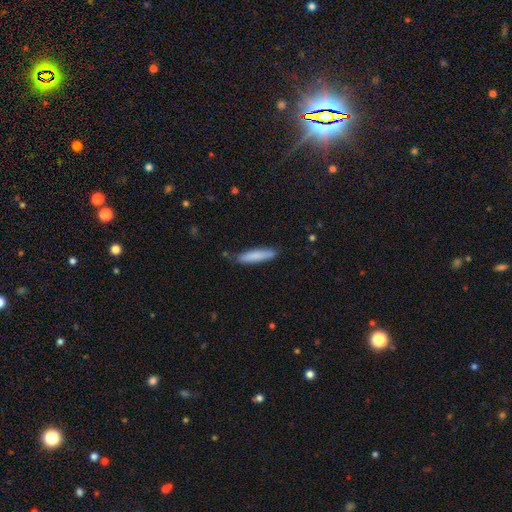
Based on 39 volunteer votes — This is clearly a smooth galaxy (85%). How rounded: clearly cigar-shaped (91%). Merging: clearly none (86%).